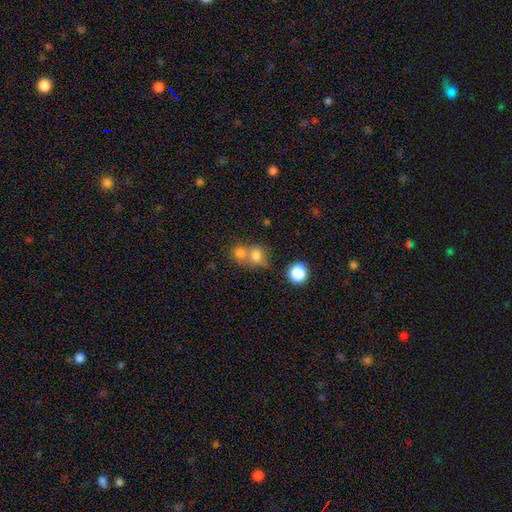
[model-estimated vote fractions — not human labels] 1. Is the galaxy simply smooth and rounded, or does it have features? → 74% smooth, 14% star or artifact, 13% featured or disk.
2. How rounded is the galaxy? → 64% round, 34% in between, 2% cigar-shaped.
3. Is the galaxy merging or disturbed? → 56% merger, 32% none, 8% minor disturbance, 5% major disturbance.